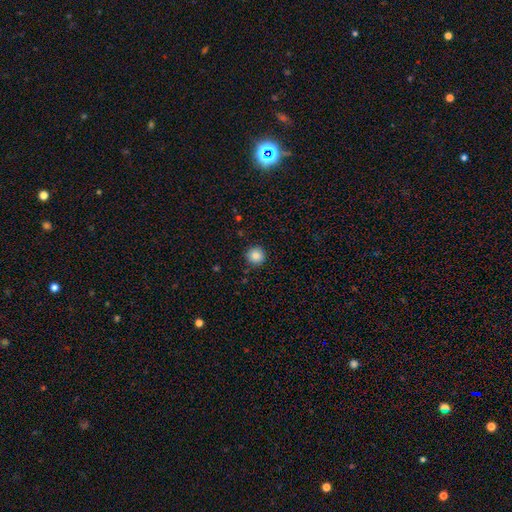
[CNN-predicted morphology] Smooth or featured? Predicted: smooth (p=0.86). How rounded? Predicted: round (p=0.96). Merging? Predicted: none (p=0.91).